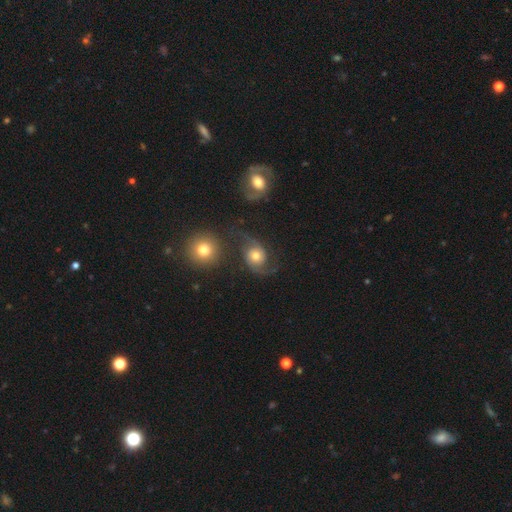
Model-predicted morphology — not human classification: This appears to be a featured or disk galaxy (71%) with no bar (76%), 2 (87%) loose (48%) spiral arms (93%) and a moderate central bulge (62%). Merging: none (57%).